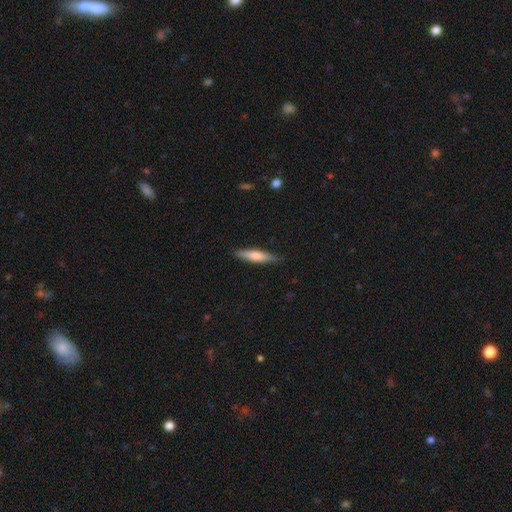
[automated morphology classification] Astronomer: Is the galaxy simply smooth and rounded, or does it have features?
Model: smooth — 66%.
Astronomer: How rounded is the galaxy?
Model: cigar-shaped — 83%.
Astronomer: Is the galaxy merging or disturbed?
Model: none — 86%.